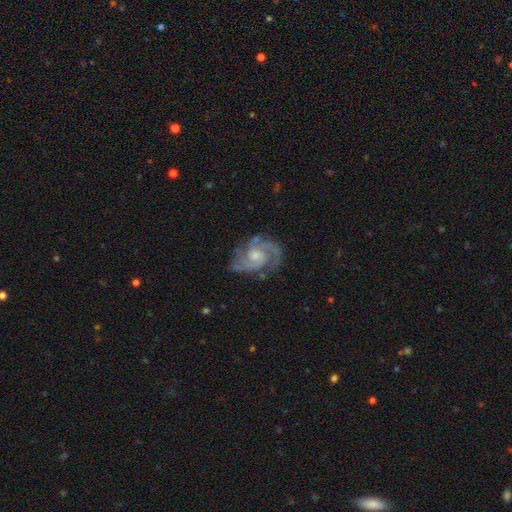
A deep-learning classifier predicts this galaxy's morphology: This is clearly a featured or disk galaxy (91%). It is clearly not viewed edge-on (98%). Bar: possibly no (57%). Spiral arm pattern: clearly yes (98%). Spiral arm count: likely 2 (64%). Spiral winding: possibly medium (55%). Central bulge: possibly moderate (49%). Merging: likely none (75%).